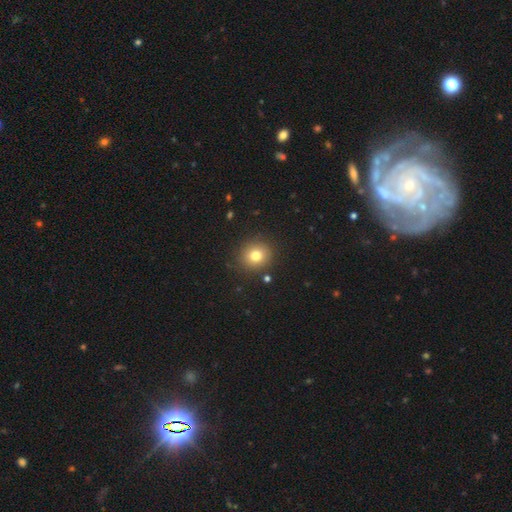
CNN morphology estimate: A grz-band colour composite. It shows a smooth galaxy with no disk features (78%) that is round (86%). Merging: none (89%).